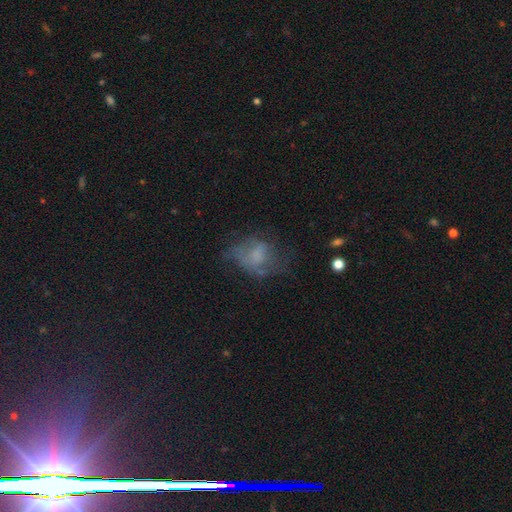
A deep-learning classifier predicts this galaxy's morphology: Smooth or featured? smooth (46%)
Merging? none (39%)